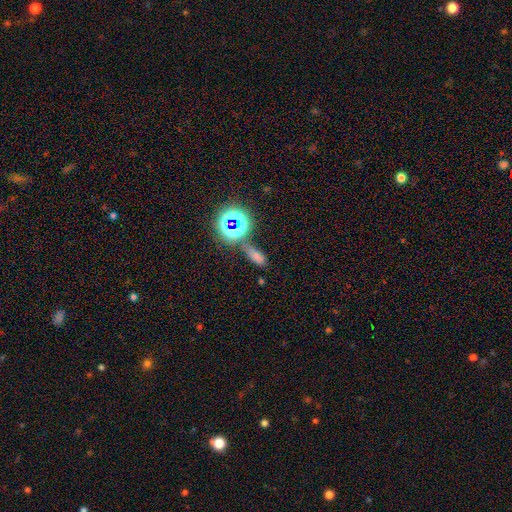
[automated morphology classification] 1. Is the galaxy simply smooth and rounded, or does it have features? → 57% smooth, 34% star or artifact, 9% featured or disk.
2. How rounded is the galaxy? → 64% in between, 25% cigar-shaped, 11% round.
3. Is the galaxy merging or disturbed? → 57% none, 17% minor disturbance, 16% merger, 10% major disturbance.